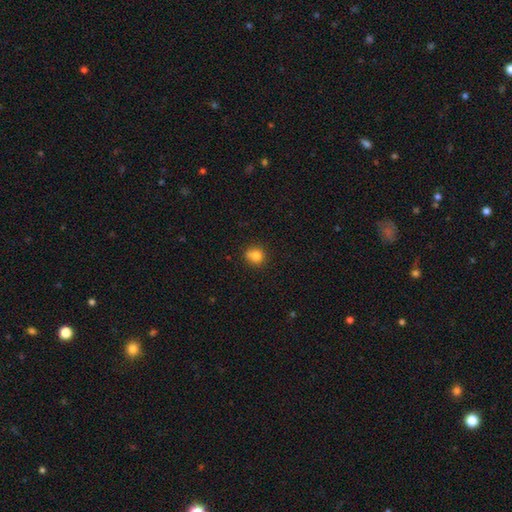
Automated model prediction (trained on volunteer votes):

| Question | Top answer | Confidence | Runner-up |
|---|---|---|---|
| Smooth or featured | smooth | 80% | star or artifact (11%) |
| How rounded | round | 84% | in between (15%) |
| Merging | none | 62% | minor disturbance (18%) |